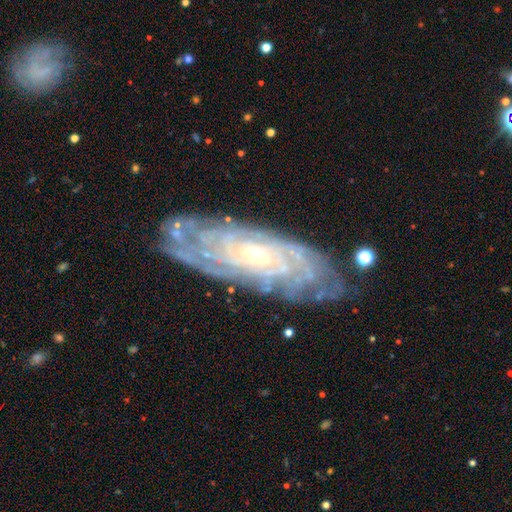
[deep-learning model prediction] A featured or disk galaxy (87%) with no bar (65%), tight (83%) spiral arms (97%) and a small central bulge (74%).

Vote fractions:
- Smooth or featured? featured or disk: 87% / smooth: 7% / star or artifact: 6%
- Edge-on disk? no: 89% / yes: 11%
- Bar? no: 65% / weak: 26% / strong: 9%
- Spiral arms? yes: 97% / no: 3%
- Spiral winding? tight: 83% / medium: 14% / loose: 3%
- Spiral arm count? can't tell: 38% / more than 4: 22% / 4: 16% / 3: 9% / 2: 8% / 1: 6%
- Bulge size? small: 74% / moderate: 22% / large: 2% / none: 1% / dominant: 1%
- Merging? none: 80% / minor disturbance: 14% / major disturbance: 4% / merger: 2%